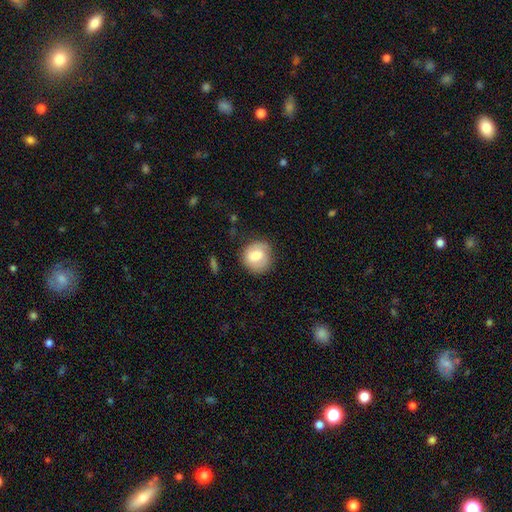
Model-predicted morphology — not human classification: This is likely a smooth galaxy (70%). How rounded: clearly round (85%). Merging: likely none (75%).